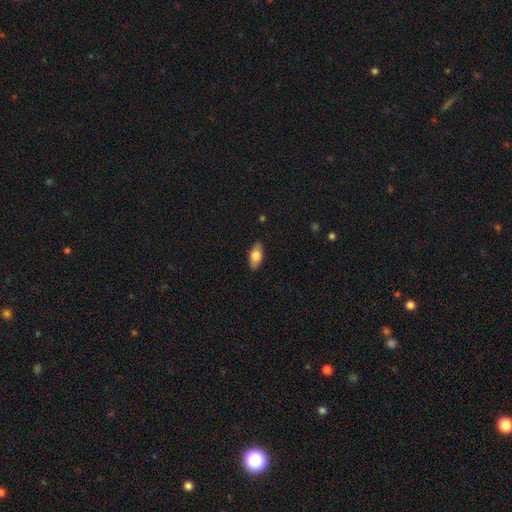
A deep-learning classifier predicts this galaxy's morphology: This appears to be a smooth galaxy with no disk features (71%) that is in between round and cigar-shaped (88%). Merging: none (87%).